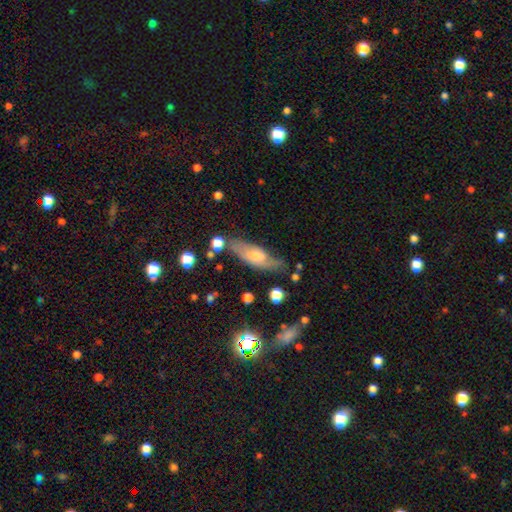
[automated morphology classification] smooth-or-featured: smooth: 51% | featured or disk: 40% | star or artifact: 9%
  how-rounded: in between: 61% | cigar-shaped: 36% | round: 3%
  merging: none: 58% | minor disturbance: 26% | major disturbance: 10% | merger: 6%